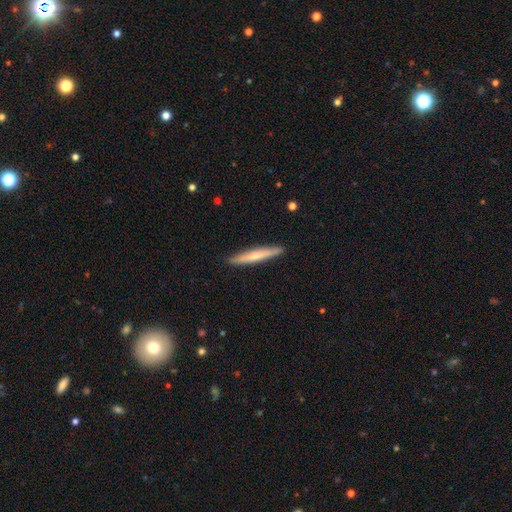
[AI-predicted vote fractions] Smooth or featured? smooth (52%)
How rounded? cigar-shaped (95%)
Merging? none (89%)